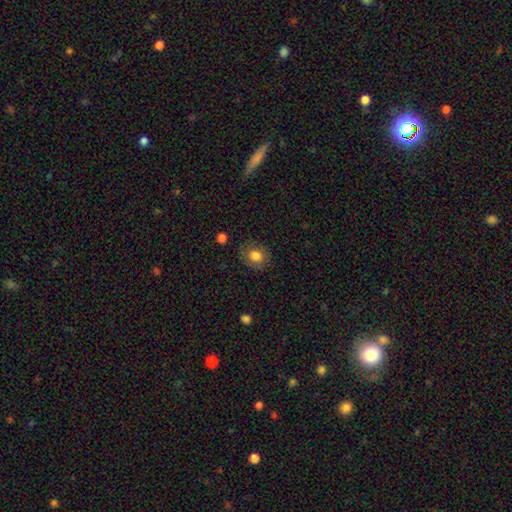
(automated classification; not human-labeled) Smooth or featured? Predicted: smooth (p=0.80). How rounded? Predicted: round (p=0.69). Merging? Predicted: none (p=0.80).